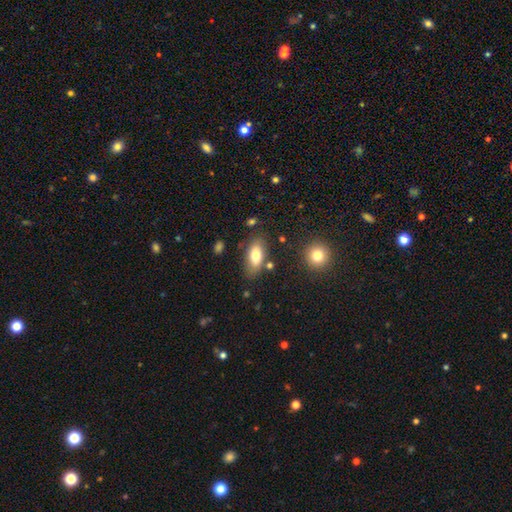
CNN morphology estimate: A smooth galaxy with no disk features (74%) that is in between round and cigar-shaped (87%). Merging: none (76%).